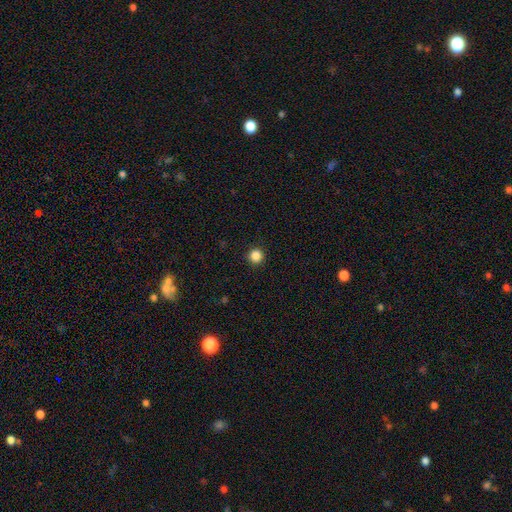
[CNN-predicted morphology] A smooth galaxy with no disk features (86%) that is round (96%).

Vote fractions:
- Smooth or featured? smooth: 86% / star or artifact: 11% / featured or disk: 3%
- How rounded? round: 96% / in between: 3% / cigar-shaped: 1%
- Merging? none: 93% / minor disturbance: 4% / major disturbance: 2% / merger: 1%